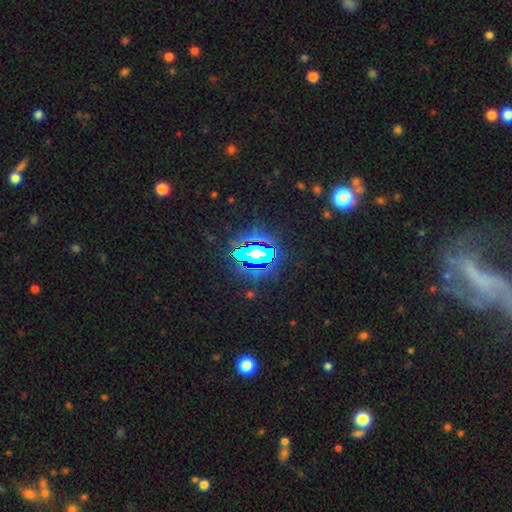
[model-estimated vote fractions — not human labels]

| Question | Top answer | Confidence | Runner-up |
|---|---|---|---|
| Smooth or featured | star or artifact | 77% | smooth (14%) |